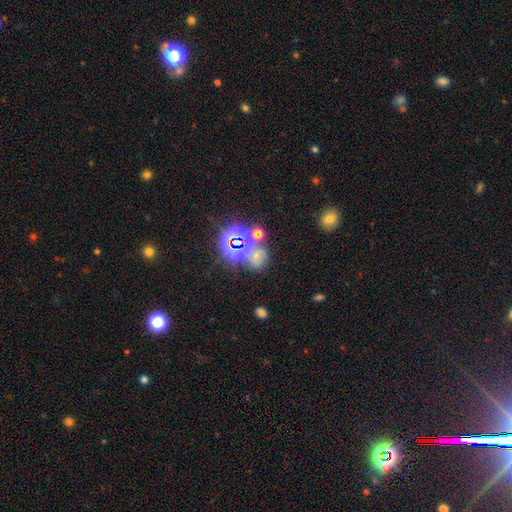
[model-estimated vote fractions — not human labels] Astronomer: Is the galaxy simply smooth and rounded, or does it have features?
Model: star or artifact — 50% (runner-up: smooth, 34%).